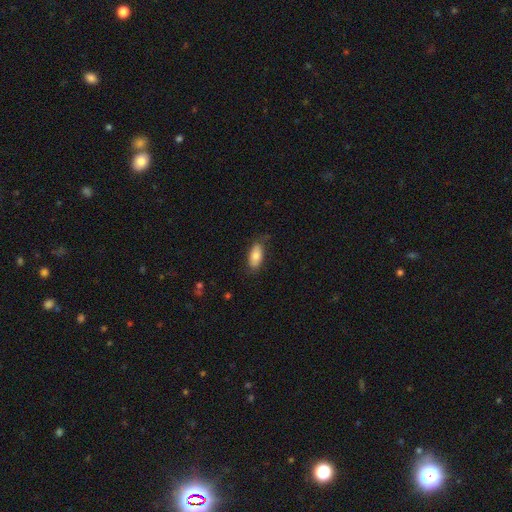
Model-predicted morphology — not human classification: smooth 81%, featured or disk 12%, star or artifact 7%. Down the decision tree: how rounded — in between (89%); merging — none (74%).